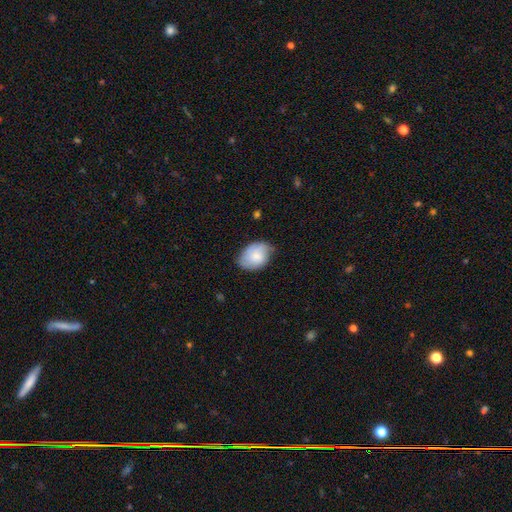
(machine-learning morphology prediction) This appears to be a smooth galaxy with no disk features (64%) that is in between round and cigar-shaped (78%). Merging: none (63%).